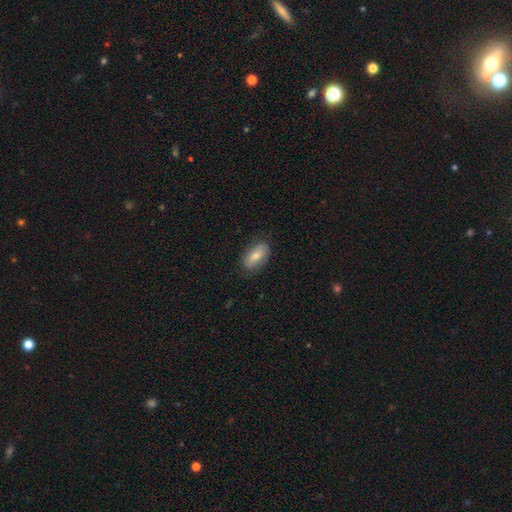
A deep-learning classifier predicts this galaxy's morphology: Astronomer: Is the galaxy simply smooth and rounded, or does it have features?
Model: smooth — 75%.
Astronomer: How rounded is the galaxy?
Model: in between — 89%.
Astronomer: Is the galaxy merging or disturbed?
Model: none — 80%.